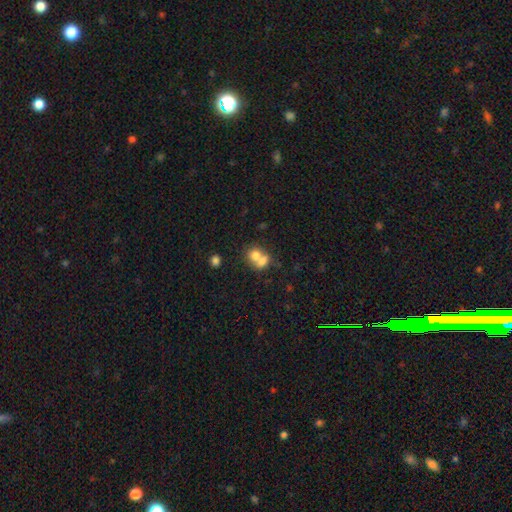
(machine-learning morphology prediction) smooth-or-featured: smooth: 72% | featured or disk: 18% | star or artifact: 11%
  how-rounded: round: 62% | in between: 36% | cigar-shaped: 1%
  merging: merger: 67% | none: 24% | minor disturbance: 6% | major disturbance: 4%